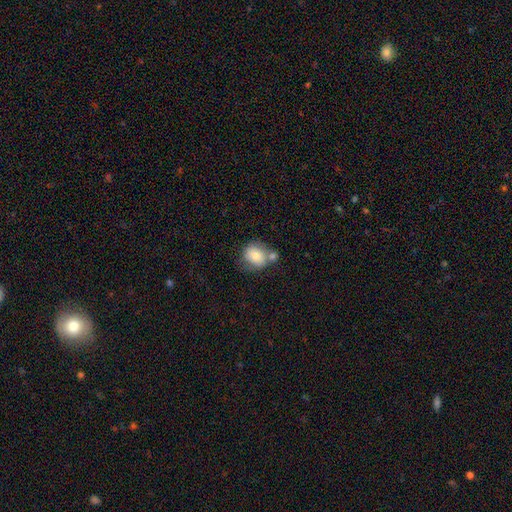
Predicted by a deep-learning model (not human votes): Morphology: type=smooth (76%); roundness=round (69%); merging=none (44%).